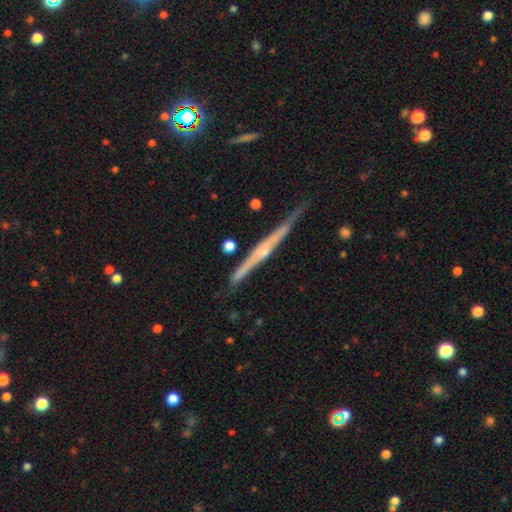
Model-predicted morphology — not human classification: Smooth or featured? Predicted: featured or disk (p=0.79). Edge-on disk? Predicted: yes (p=0.98). Edge-on bulge? Predicted: rounded (p=0.65). Merging? Predicted: none (p=0.80).